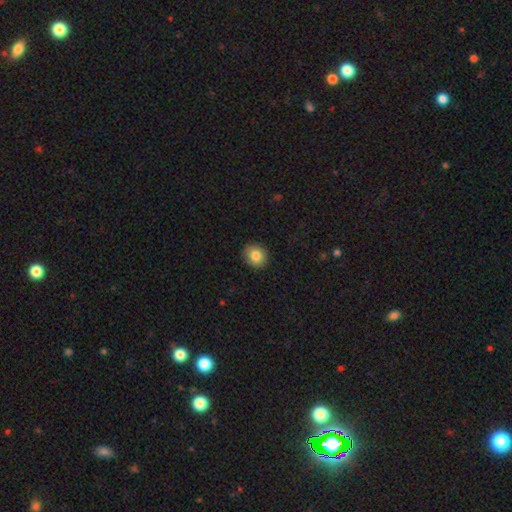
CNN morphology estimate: smooth_or_featured: smooth (p=0.83) [alt: star or artifact p=0.09]
how_rounded: round (p=0.71) [alt: in between p=0.28]
merging: none (p=0.89) [alt: minor disturbance p=0.08]